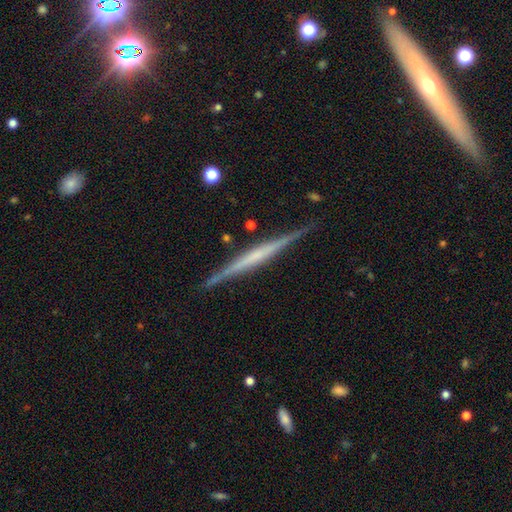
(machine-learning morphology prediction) featured or disk 74%, smooth 21%, star or artifact 5%. Down the decision tree: edge-on disk — yes (98%); edge-on bulge — none (61%); merging — none (88%).